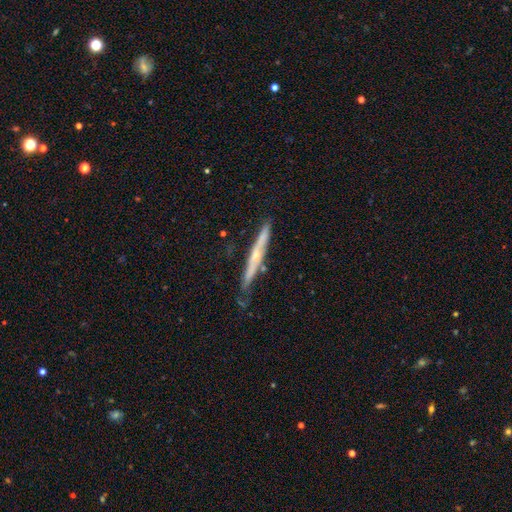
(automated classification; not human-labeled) featured or disk 67%, smooth 27%, star or artifact 6%. Down the decision tree: edge-on disk — yes (94%); edge-on bulge — rounded (66%); merging — none (72%).